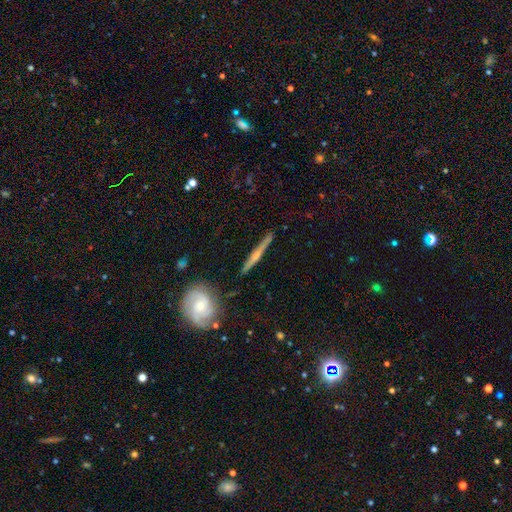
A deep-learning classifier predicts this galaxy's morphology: This appears to be a featured or disk galaxy (77%) viewed edge-on (95%) with a rounded central bulge (82%). Merging: none (88%).